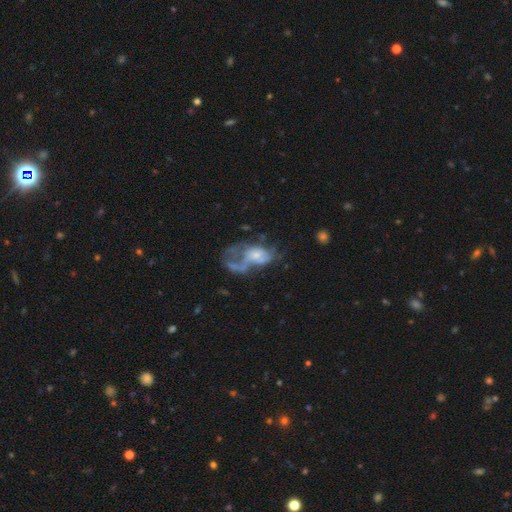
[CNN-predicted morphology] Smooth or featured: featured or disk — 55% (smooth — 33%)
Edge-on disk: no — 96% (yes — 4%)
Bar: no — 81% (weak — 16%)
Spiral arms: no — 71% (yes — 29%)
Bulge size: small — 36% (moderate — 31%)
Merging: major disturbance — 51% (merger — 19%)